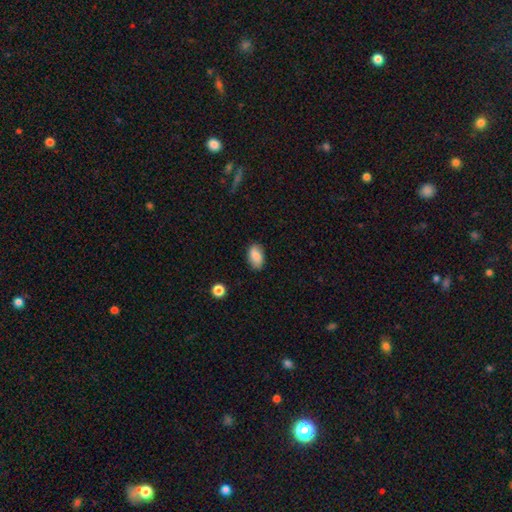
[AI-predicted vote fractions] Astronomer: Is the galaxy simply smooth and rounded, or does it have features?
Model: smooth — 83%.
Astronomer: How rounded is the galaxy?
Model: in between — 91%.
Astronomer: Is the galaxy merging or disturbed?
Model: none — 80%.